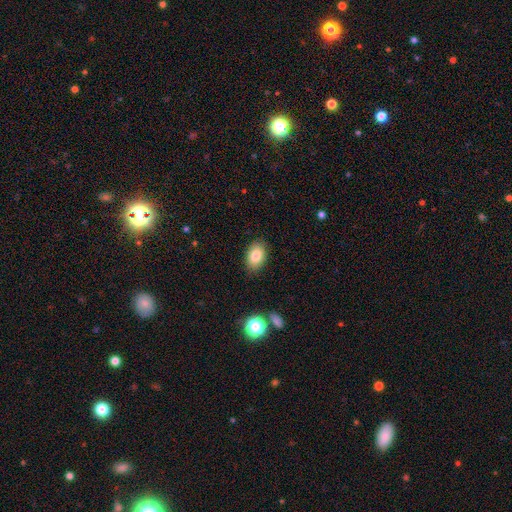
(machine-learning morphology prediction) Smooth or featured? Predicted: smooth (p=0.83). How rounded? Predicted: in between (p=0.87). Merging? Predicted: none (p=0.86).